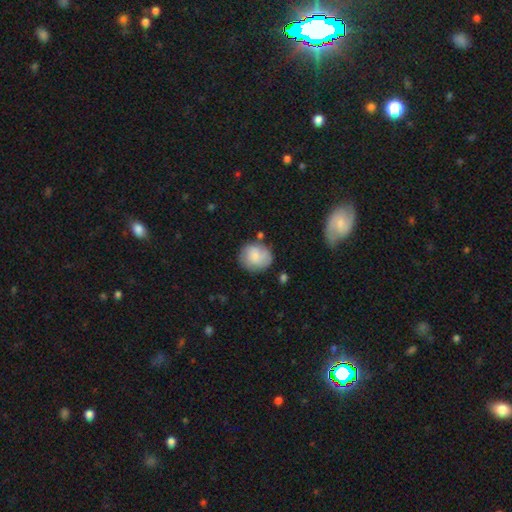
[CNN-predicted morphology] smooth 65%, featured or disk 27%, star or artifact 7%. Down the decision tree: how rounded — round (82%); merging — none (72%).